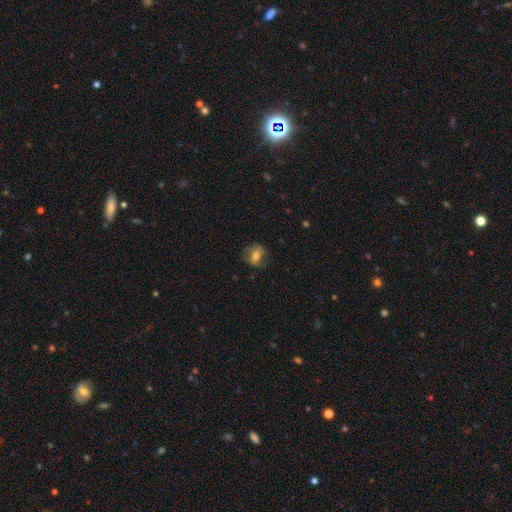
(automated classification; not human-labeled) Q: Smooth or featured?
A: smooth (62%); runner-up: featured or disk (28%)
Q: How rounded?
A: in between (50%); runner-up: round (48%)
Q: Merging?
A: none (70%); runner-up: minor disturbance (20%)